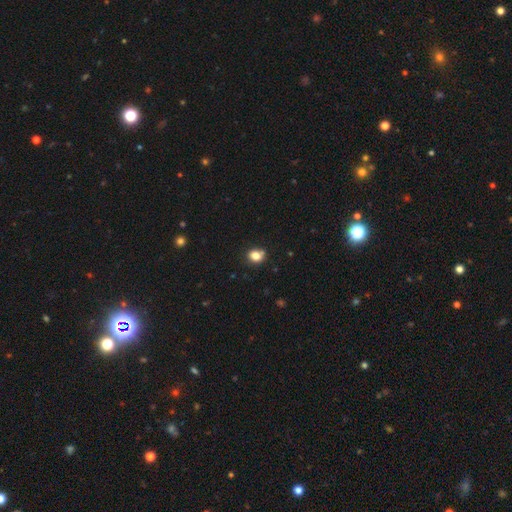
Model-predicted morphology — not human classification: Smooth or featured?
  - smooth: 82% *
  - star or artifact: 11%
  - featured or disk: 7%
How rounded?
  - round: 60% *
  - in between: 39%
  - cigar-shaped: 1%
Merging?
  - none: 77% *
  - minor disturbance: 14%
  - merger: 5%
  - major disturbance: 3%